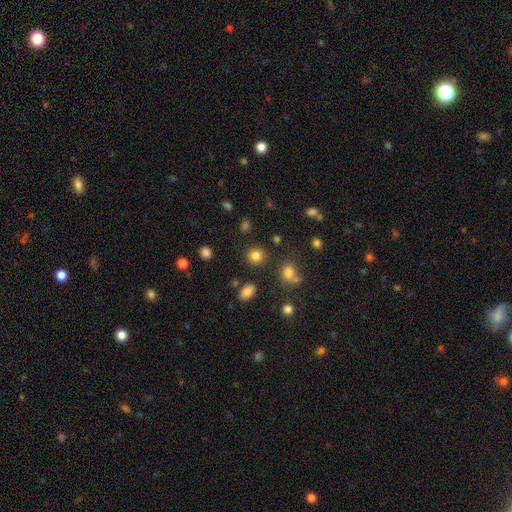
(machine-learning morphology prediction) This is clearly a smooth galaxy (81%). How rounded: clearly round (87%). Merging: clearly none (85%).